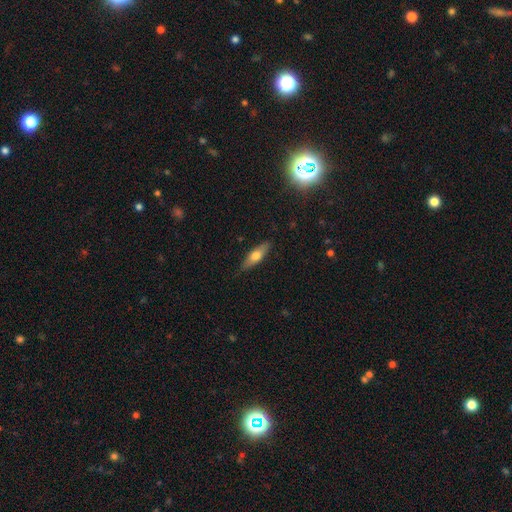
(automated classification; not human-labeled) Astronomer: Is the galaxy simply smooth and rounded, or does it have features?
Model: smooth — 56% (runner-up: featured or disk, 38%).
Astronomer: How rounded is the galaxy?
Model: cigar-shaped — 55% (runner-up: in between, 43%).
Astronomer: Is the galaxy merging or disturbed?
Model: none — 83%.